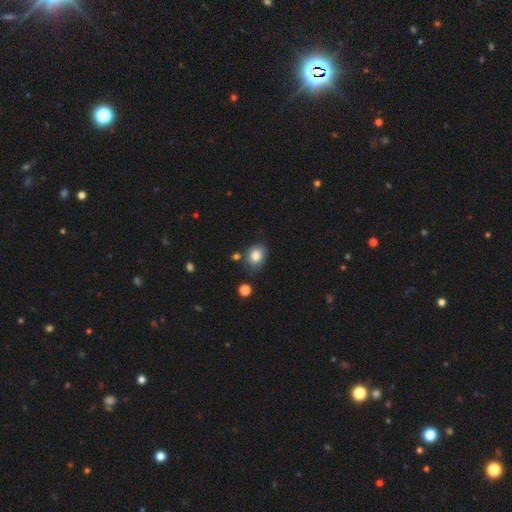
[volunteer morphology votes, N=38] This appears to be a smooth galaxy with no disk features (87%) that is in between round and cigar-shaped (64%). Merging: none (61%).